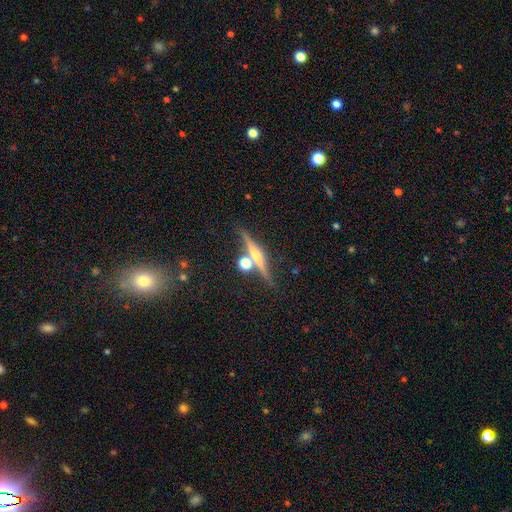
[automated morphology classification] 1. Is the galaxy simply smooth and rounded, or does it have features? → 66% featured or disk, 22% smooth, 12% star or artifact.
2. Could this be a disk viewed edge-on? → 96% yes, 4% no.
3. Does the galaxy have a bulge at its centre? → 72% rounded, 21% none, 7% boxy.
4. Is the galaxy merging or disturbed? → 78% none, 10% merger, 9% minor disturbance, 3% major disturbance.